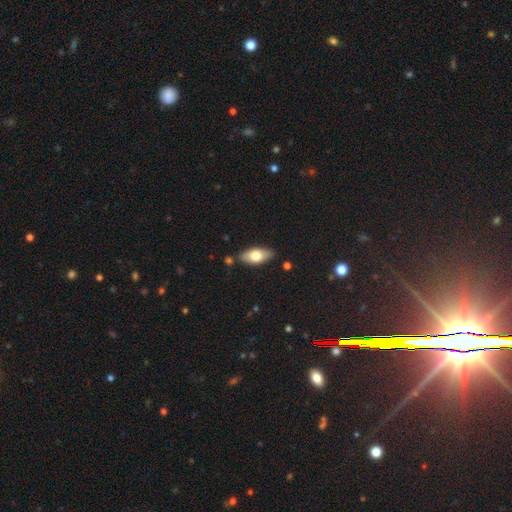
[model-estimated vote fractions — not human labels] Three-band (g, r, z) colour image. It shows a smooth galaxy with no disk features (71%) that is in between round and cigar-shaped (86%). Merging: none (81%).